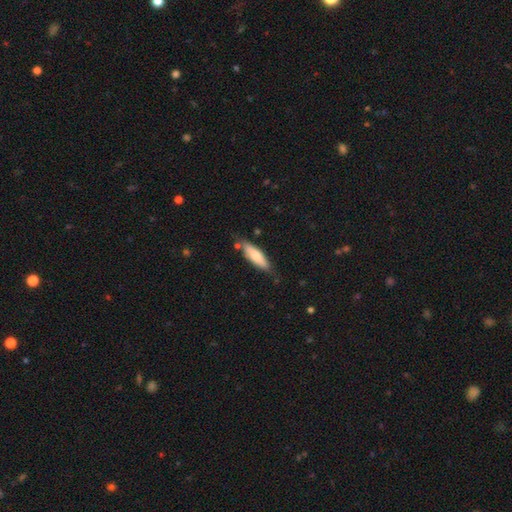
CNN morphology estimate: Smooth or featured: smooth — 73% (featured or disk — 22%)
How rounded: cigar-shaped — 60% (in between — 39%)
Merging: none — 71% (minor disturbance — 20%)